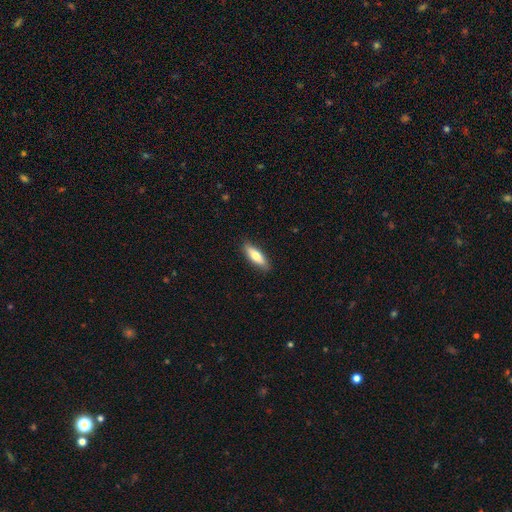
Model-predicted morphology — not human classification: A smooth galaxy with no disk features (73%) that is in between round and cigar-shaped (54%). Merging: none (88%).